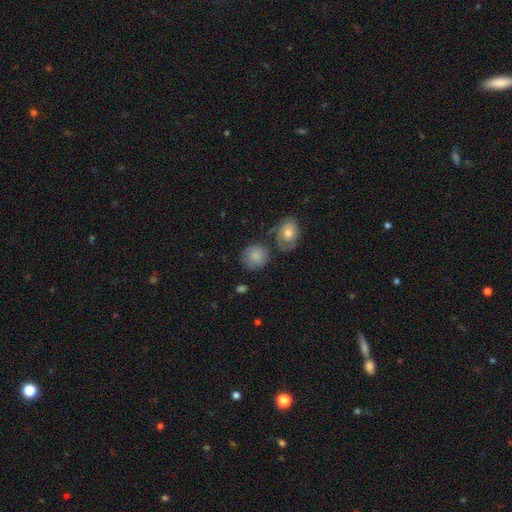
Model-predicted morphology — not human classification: Q: Smooth or featured?
A: smooth (75%); runner-up: featured or disk (18%)
Q: How rounded?
A: round (81%); runner-up: in between (18%)
Q: Merging?
A: none (62%); runner-up: minor disturbance (18%)